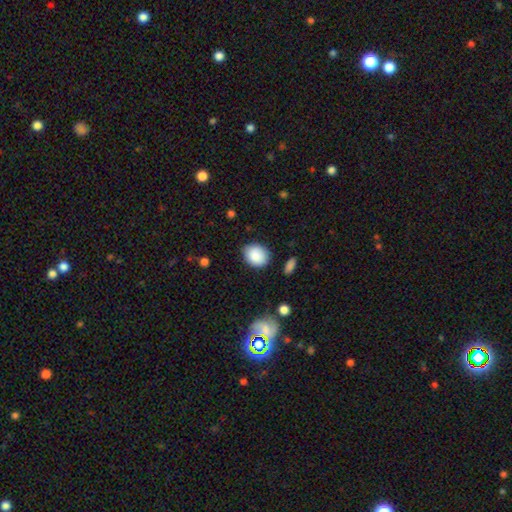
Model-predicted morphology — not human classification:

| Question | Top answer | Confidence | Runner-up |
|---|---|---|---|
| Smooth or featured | smooth | 86% | star or artifact (7%) |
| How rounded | round | 52% | in between (47%) |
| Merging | none | 81% | minor disturbance (14%) |